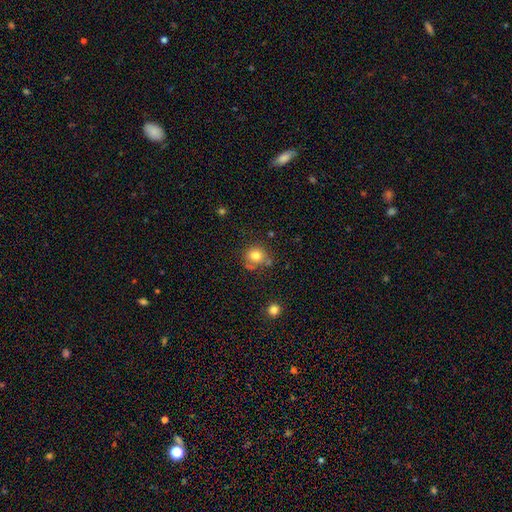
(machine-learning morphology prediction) The model was most divided on "merging": none: 64%, minor disturbance: 20%, merger: 10%, major disturbance: 6%. More confident: how rounded — round (83%); smooth or featured — smooth (80%).